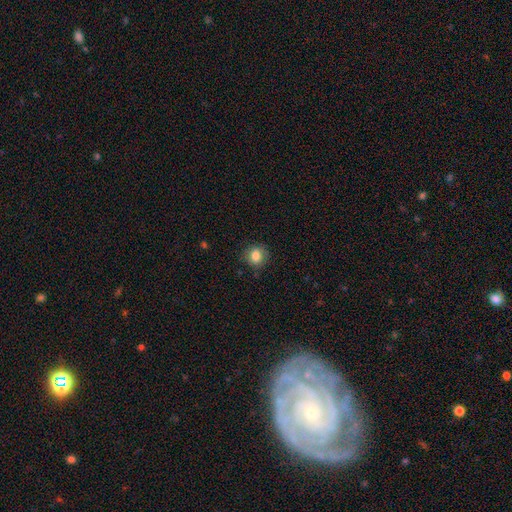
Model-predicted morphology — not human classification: Q: Smooth or featured?
A: smooth (85%); runner-up: star or artifact (9%)
Q: How rounded?
A: round (74%); runner-up: in between (25%)
Q: Merging?
A: none (82%); runner-up: minor disturbance (13%)